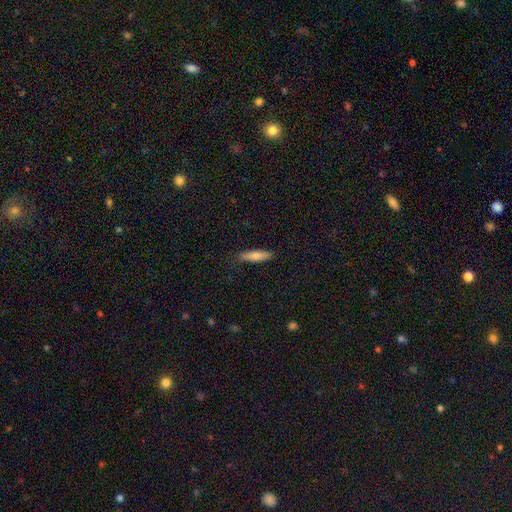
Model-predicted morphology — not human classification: Smooth or featured?
  - smooth: 75% *
  - featured or disk: 19%
  - star or artifact: 6%
How rounded?
  - cigar-shaped: 71% *
  - in between: 27%
  - round: 2%
Merging?
  - none: 82% *
  - minor disturbance: 14%
  - major disturbance: 3%
  - merger: 1%